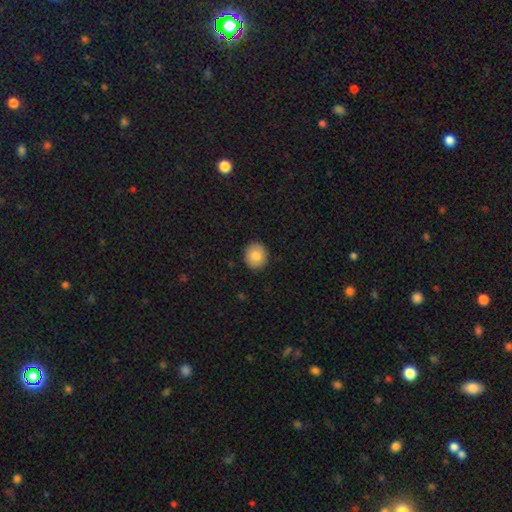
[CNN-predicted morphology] This appears to be a smooth galaxy with no disk features (85%) that is round (83%). Merging: none (91%).